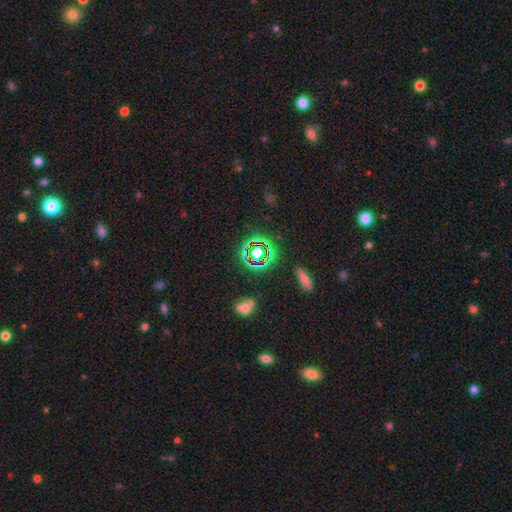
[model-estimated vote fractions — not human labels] Q: Smooth or featured?
A: star or artifact (48%); runner-up: smooth (32%)